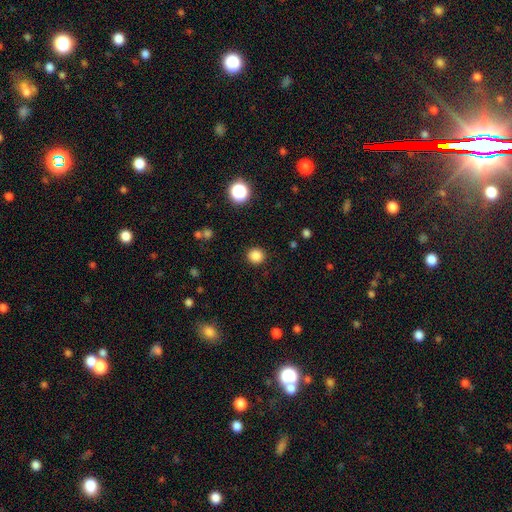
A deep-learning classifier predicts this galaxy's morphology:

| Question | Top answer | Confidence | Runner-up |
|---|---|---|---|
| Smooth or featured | smooth | 85% | star or artifact (12%) |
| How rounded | round | 91% | in between (8%) |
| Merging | none | 91% | minor disturbance (6%) |